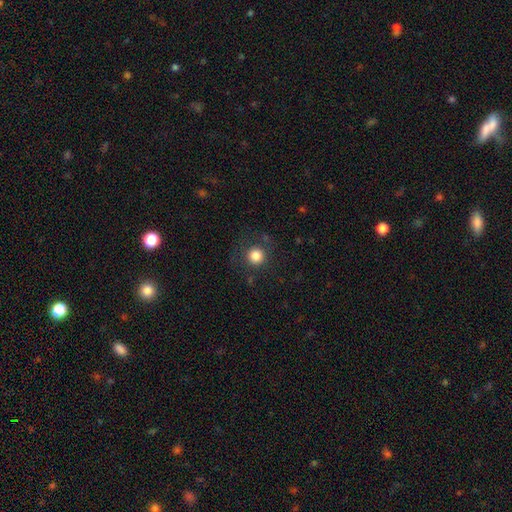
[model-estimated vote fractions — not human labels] Morphology: type=smooth (83%); roundness=round (95%); merging=none (84%).